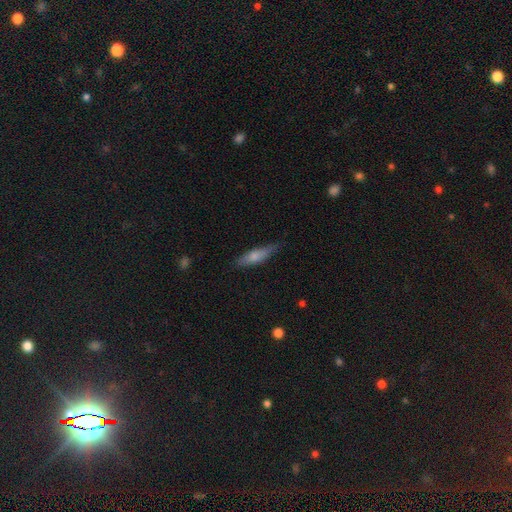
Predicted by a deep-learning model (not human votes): The model was most divided on "smooth or featured": smooth: 67%, featured or disk: 27%, star or artifact: 6%. More confident: merging — none (76%); how rounded — cigar-shaped (70%).